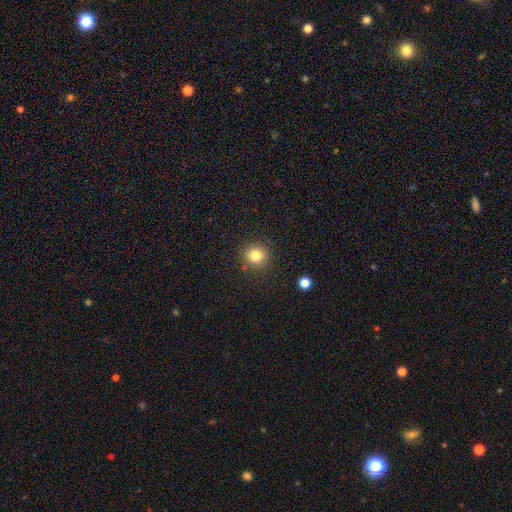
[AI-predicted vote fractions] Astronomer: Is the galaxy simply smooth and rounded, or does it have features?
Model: smooth — 81%.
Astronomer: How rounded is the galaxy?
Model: round — 89%.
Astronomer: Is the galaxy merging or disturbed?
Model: none — 88%.